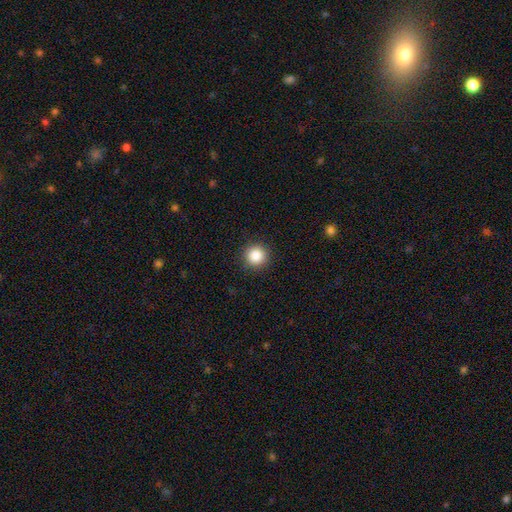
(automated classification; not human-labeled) smooth_or_featured: smooth (p=0.86) [alt: star or artifact p=0.10]
how_rounded: round (p=0.95) [alt: in between p=0.04]
merging: none (p=0.92) [alt: minor disturbance p=0.06]